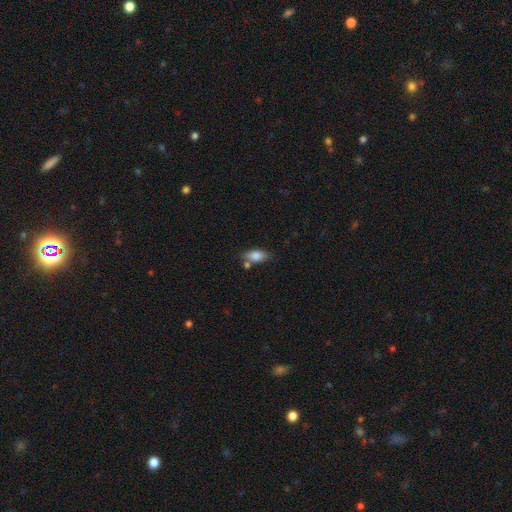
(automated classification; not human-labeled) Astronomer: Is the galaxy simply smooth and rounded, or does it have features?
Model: smooth — 80%.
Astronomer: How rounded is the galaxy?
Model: in between — 87%.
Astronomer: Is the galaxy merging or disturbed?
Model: none — 67%.